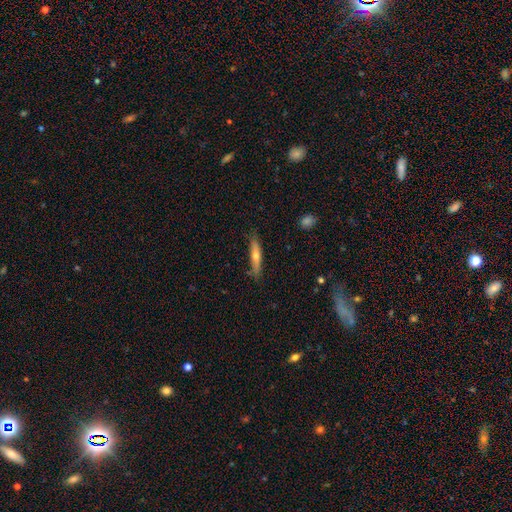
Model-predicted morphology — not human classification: Q: Smooth or featured?
A: featured or disk (50%); runner-up: smooth (43%)
Q: Edge-on disk?
A: yes (90%); runner-up: no (10%)
Q: Merging?
A: none (83%); runner-up: minor disturbance (13%)